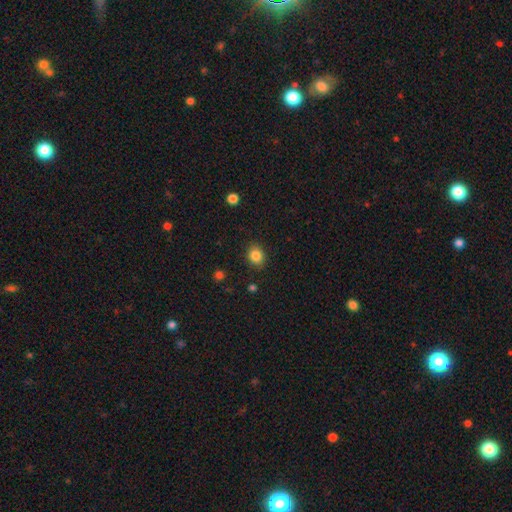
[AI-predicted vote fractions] smooth 84%, star or artifact 10%, featured or disk 5%. Down the decision tree: how rounded — round (58%); merging — none (87%).